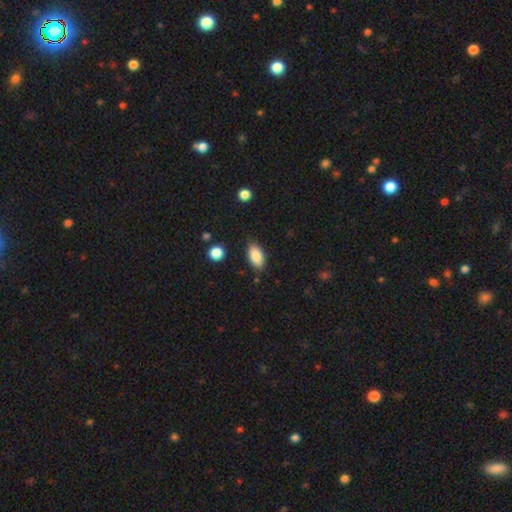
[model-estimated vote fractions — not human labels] Smooth or featured: smooth — 86% (star or artifact — 7%)
How rounded: in between — 92% (cigar-shaped — 5%)
Merging: none — 84% (minor disturbance — 12%)